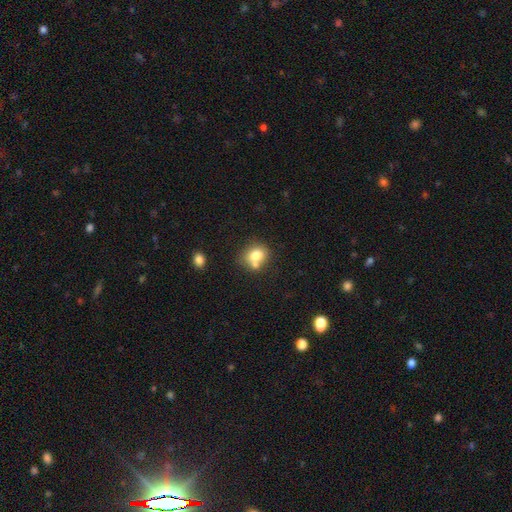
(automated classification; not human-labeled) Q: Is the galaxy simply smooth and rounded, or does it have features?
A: smooth — 76%.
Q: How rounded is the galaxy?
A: round — 64%.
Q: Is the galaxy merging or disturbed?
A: none — 48%.